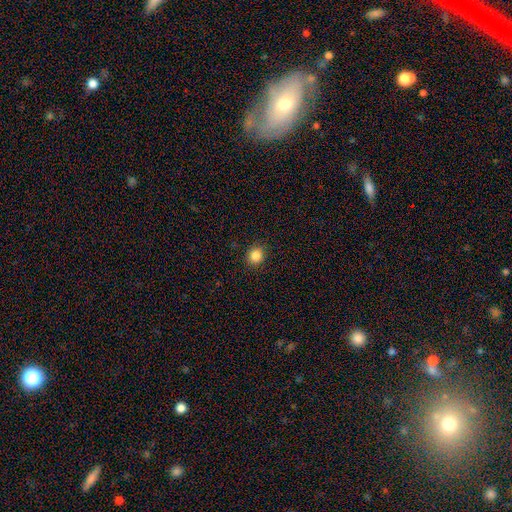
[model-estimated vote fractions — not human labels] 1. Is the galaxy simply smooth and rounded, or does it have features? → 85% smooth, 11% star or artifact, 4% featured or disk.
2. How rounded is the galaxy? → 81% round, 18% in between, 1% cigar-shaped.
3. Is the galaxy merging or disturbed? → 90% none, 7% minor disturbance, 2% major disturbance, 1% merger.